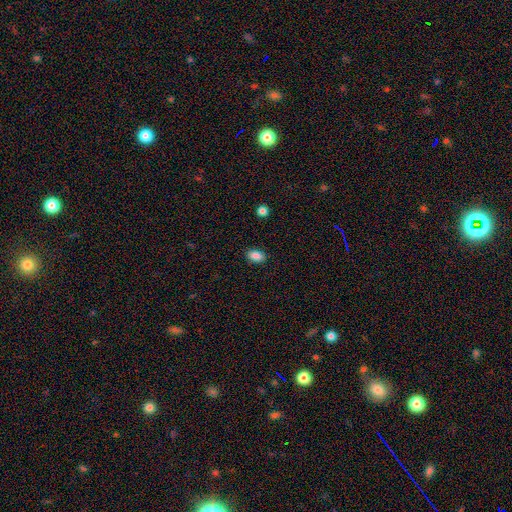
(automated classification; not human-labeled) A smooth galaxy with no disk features (87%) that is in between round and cigar-shaped (86%). Merging: none (88%).